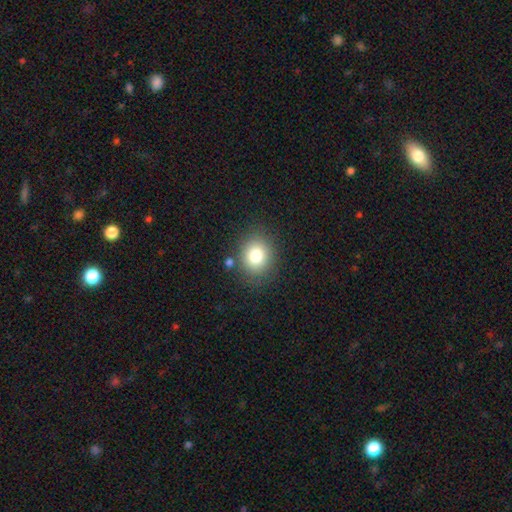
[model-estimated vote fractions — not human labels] Smooth or featured? smooth (80%)
How rounded? round (69%)
Merging? none (82%)